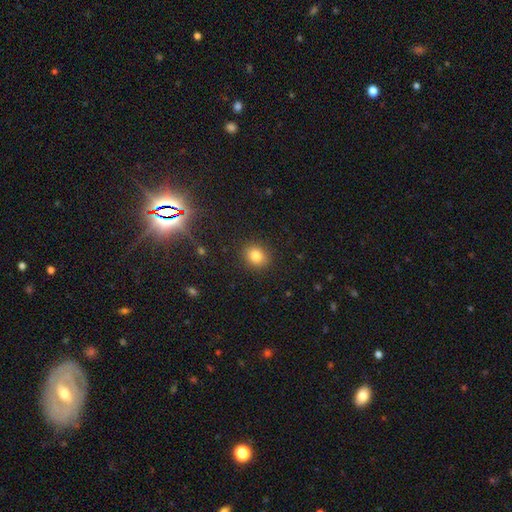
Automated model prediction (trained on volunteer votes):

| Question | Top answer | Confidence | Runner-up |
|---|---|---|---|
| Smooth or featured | smooth | 81% | star or artifact (12%) |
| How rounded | round | 66% | in between (33%) |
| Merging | none | 88% | minor disturbance (8%) |